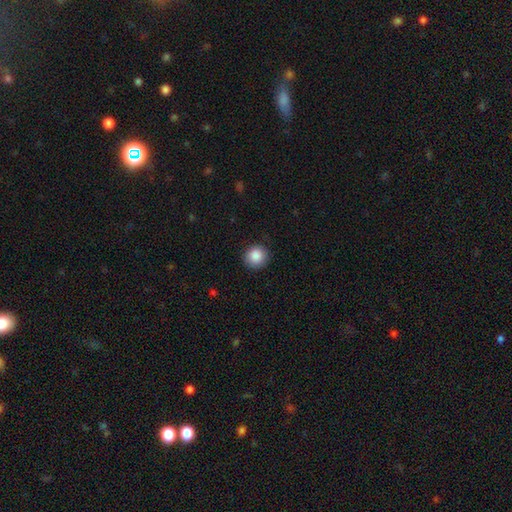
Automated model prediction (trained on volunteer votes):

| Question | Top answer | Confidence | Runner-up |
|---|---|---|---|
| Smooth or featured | smooth | 88% | star or artifact (8%) |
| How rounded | round | 91% | in between (8%) |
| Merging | none | 89% | minor disturbance (8%) |